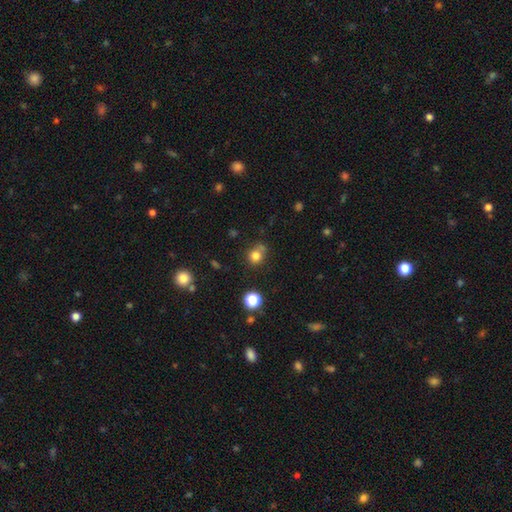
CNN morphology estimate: smooth-or-featured: smooth: 79% | star or artifact: 15% | featured or disk: 6%
  how-rounded: round: 84% | in between: 16% | cigar-shaped: 1%
  merging: none: 64% | minor disturbance: 16% | merger: 15% | major disturbance: 6%